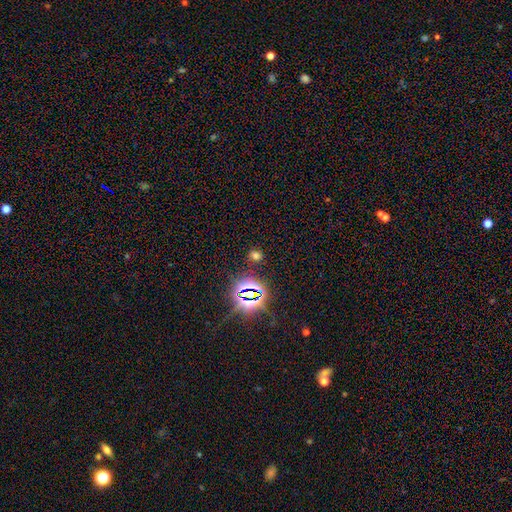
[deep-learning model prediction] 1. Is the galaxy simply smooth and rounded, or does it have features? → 51% smooth, 43% star or artifact, 6% featured or disk.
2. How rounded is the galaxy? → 60% round, 38% in between, 2% cigar-shaped.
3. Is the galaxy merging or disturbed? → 83% none, 9% minor disturbance, 4% merger, 4% major disturbance.